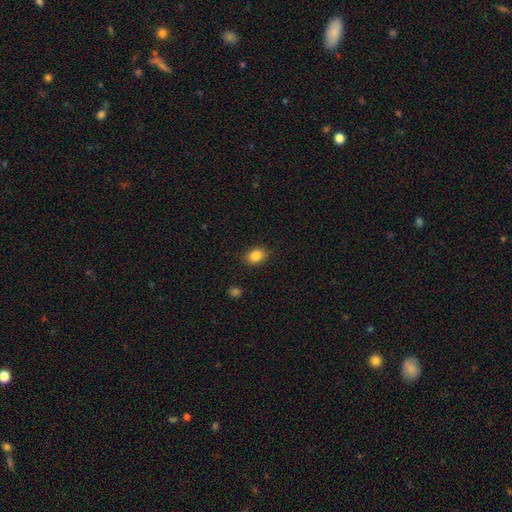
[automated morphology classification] Smooth or featured: smooth — 86% (star or artifact — 9%)
How rounded: in between — 69% (round — 30%)
Merging: none — 87% (minor disturbance — 10%)